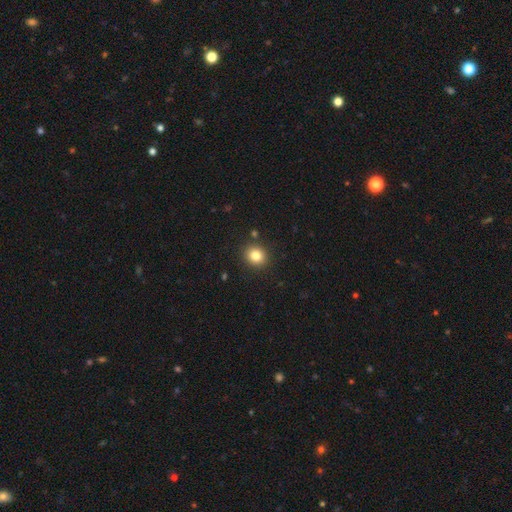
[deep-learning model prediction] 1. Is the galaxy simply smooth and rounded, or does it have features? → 83% smooth, 11% star or artifact, 6% featured or disk.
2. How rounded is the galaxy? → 82% round, 18% in between, 1% cigar-shaped.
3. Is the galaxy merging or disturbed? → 89% none, 7% minor disturbance, 2% merger, 2% major disturbance.